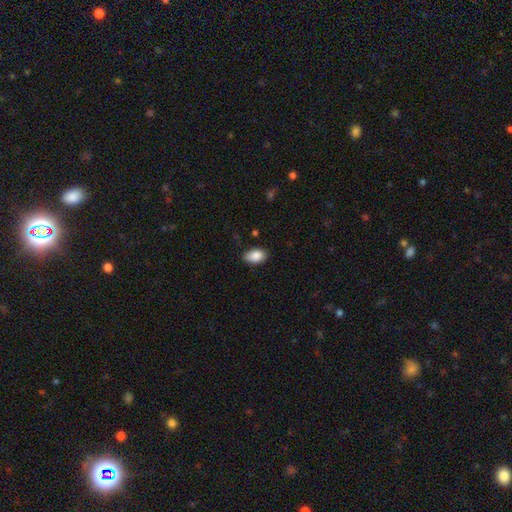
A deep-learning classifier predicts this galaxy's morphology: Smooth or featured? Predicted: smooth (p=0.88). How rounded? Predicted: in between (p=0.91). Merging? Predicted: none (p=0.81).